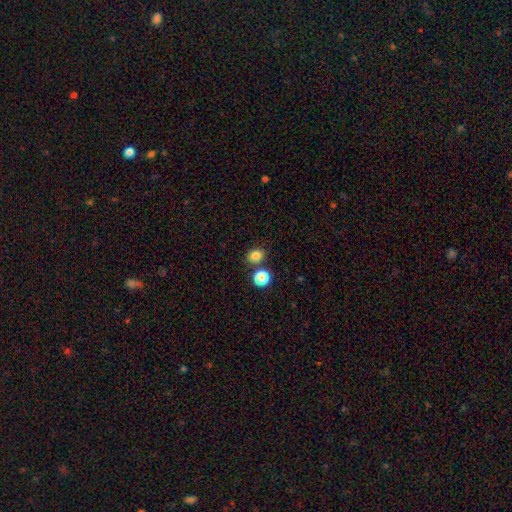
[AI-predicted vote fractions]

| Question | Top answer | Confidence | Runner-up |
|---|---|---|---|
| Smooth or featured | smooth | 82% | star or artifact (13%) |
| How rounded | round | 56% | in between (43%) |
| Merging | none | 75% | merger (13%) |